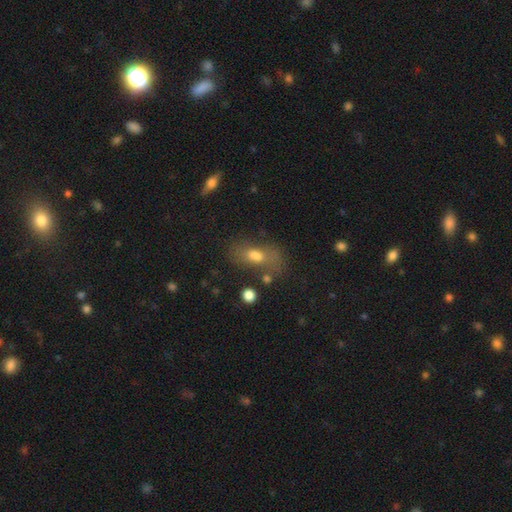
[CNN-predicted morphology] This appears to be a smooth galaxy with no disk features (60%) that is in between round and cigar-shaped (77%). Merging: none (45%).